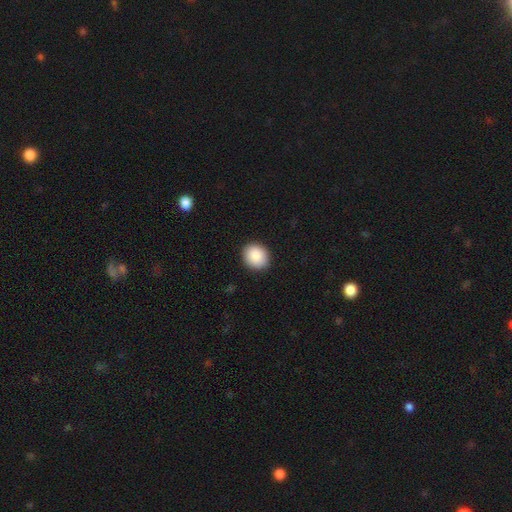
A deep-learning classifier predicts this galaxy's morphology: smooth 89%, star or artifact 7%, featured or disk 4%. Down the decision tree: how rounded — round (72%); merging — none (90%).